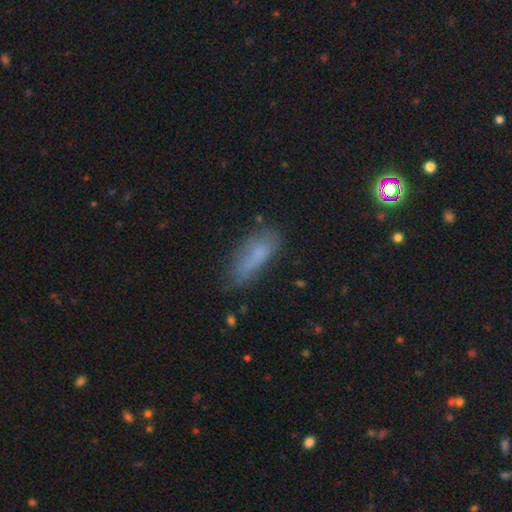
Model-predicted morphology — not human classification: Overall: smooth (73%). How rounded: in between (58%; cigar-shaped 40%). Merging: none (63%; minor disturbance 25%).